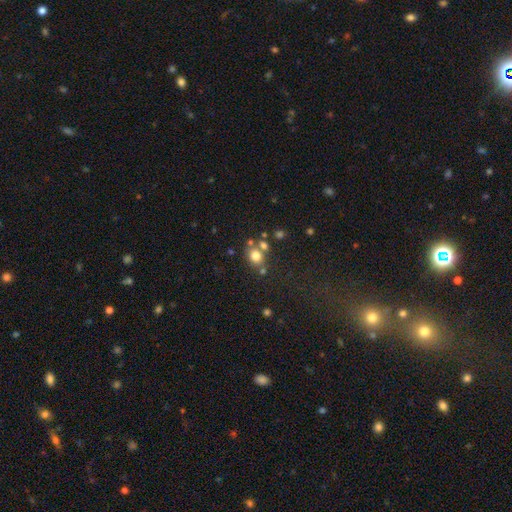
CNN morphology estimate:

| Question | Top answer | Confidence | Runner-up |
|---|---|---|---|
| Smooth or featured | smooth | 75% | star or artifact (15%) |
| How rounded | round | 71% | in between (28%) |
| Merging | none | 61% | merger (23%) |